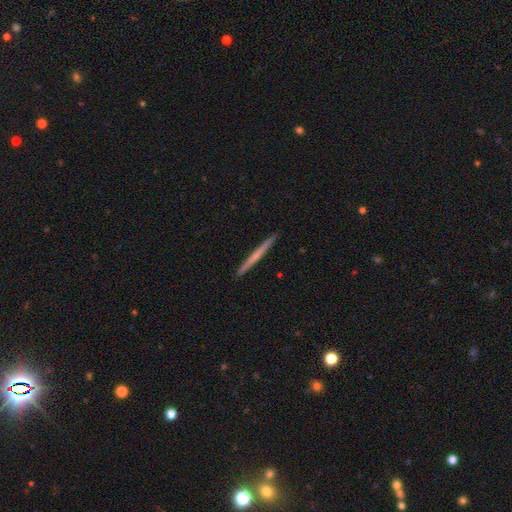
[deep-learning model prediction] smooth-or-featured: featured or disk: 55% | smooth: 40% | star or artifact: 5%
  disk-edge-on: yes: 98% | no: 2%
    edge-on-bulge: none: 70% | rounded: 25% | boxy: 5%
  merging: none: 93% | minor disturbance: 5% | major disturbance: 1% | merger: 1%